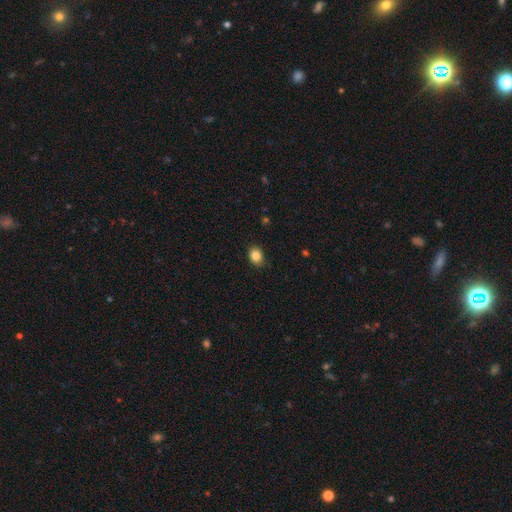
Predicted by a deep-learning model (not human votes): This appears to be a smooth galaxy with no disk features (85%) that is in between round and cigar-shaped (57%). Merging: none (86%).